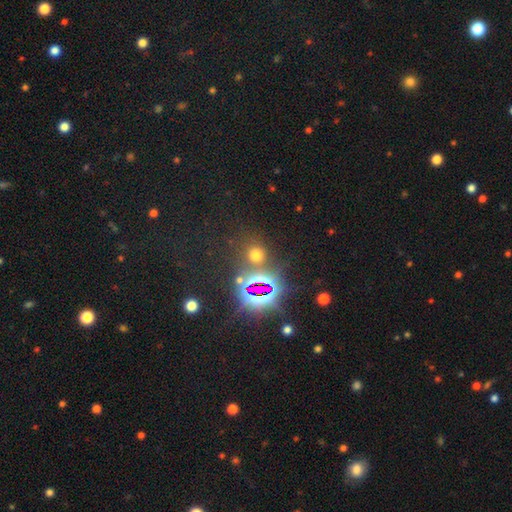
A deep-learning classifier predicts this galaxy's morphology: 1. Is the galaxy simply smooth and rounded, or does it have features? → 51% smooth, 42% star or artifact, 7% featured or disk.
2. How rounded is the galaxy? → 84% round, 15% in between, 2% cigar-shaped.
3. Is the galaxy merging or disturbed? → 79% none, 8% minor disturbance, 8% merger, 5% major disturbance.